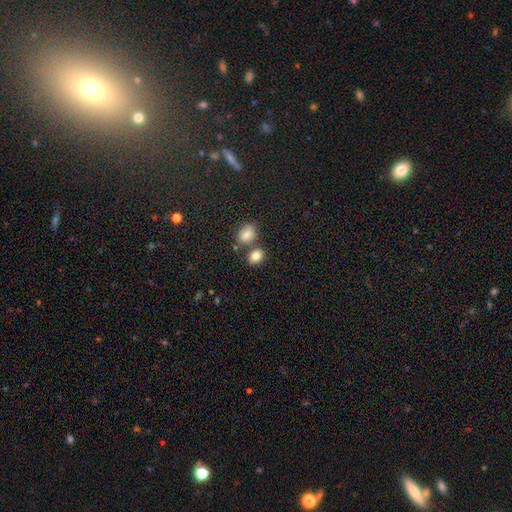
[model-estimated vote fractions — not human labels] Smooth or featured?
  - smooth: 84% *
  - star or artifact: 10%
  - featured or disk: 6%
How rounded?
  - in between: 57% *
  - round: 42%
  - cigar-shaped: 1%
Merging?
  - none: 64% *
  - merger: 22%
  - minor disturbance: 11%
  - major disturbance: 3%